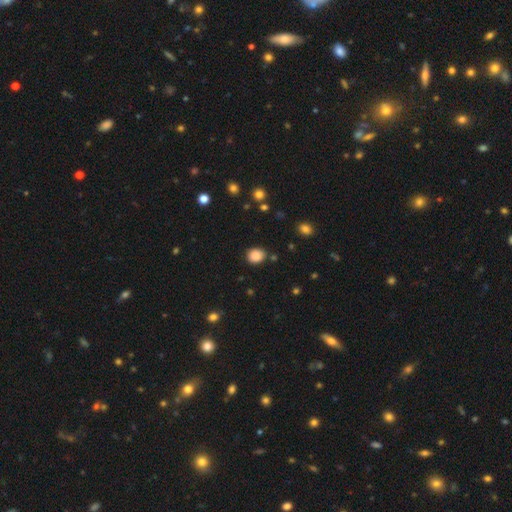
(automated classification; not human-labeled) Smooth or featured? smooth (87%)
How rounded? round (63%)
Merging? none (84%)